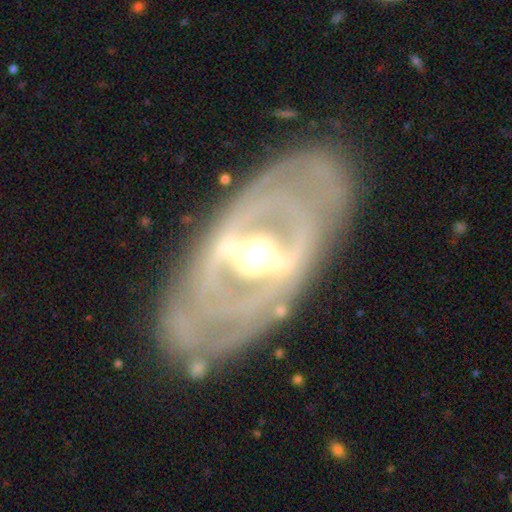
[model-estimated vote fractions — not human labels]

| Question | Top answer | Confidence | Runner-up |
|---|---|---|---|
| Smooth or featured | featured or disk | 86% | smooth (9%) |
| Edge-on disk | no | 87% | yes (13%) |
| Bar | strong | 65% | weak (21%) |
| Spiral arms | yes | 61% | no (39%) |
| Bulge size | moderate | 71% | large (16%) |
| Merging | none | 70% | minor disturbance (16%) |